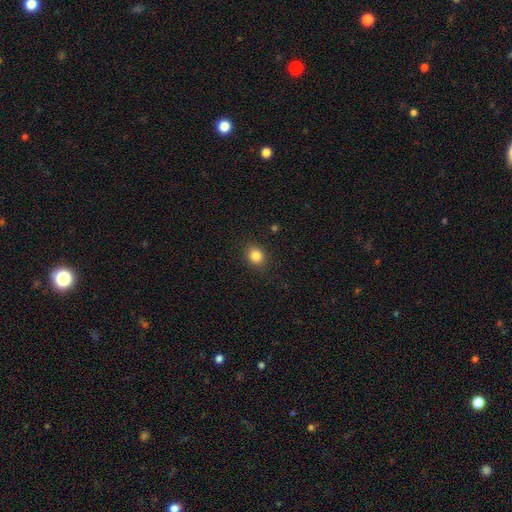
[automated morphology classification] Overall: smooth (84%). How rounded: round (68%; in between 31%). Merging: none (89%).